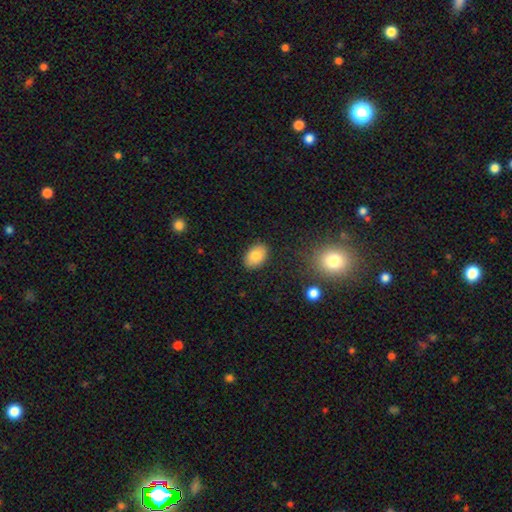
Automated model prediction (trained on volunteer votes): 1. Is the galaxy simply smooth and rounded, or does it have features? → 82% smooth, 10% featured or disk, 8% star or artifact.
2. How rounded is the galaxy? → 85% in between, 14% round, 1% cigar-shaped.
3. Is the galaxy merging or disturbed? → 88% none, 9% minor disturbance, 2% major disturbance, 1% merger.